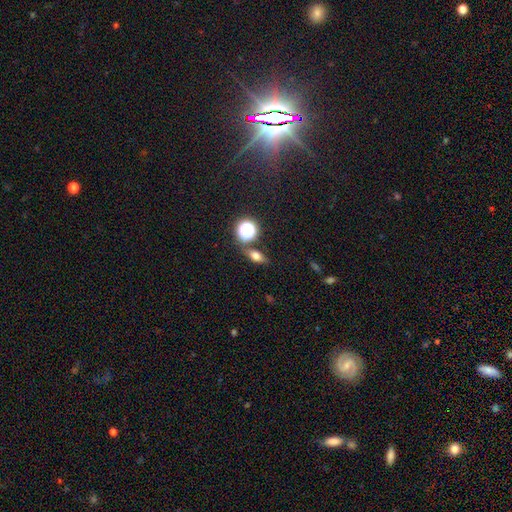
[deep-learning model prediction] This appears to be a smooth galaxy with no disk features (61%) that is in between round and cigar-shaped (61%). Merging: none (76%).